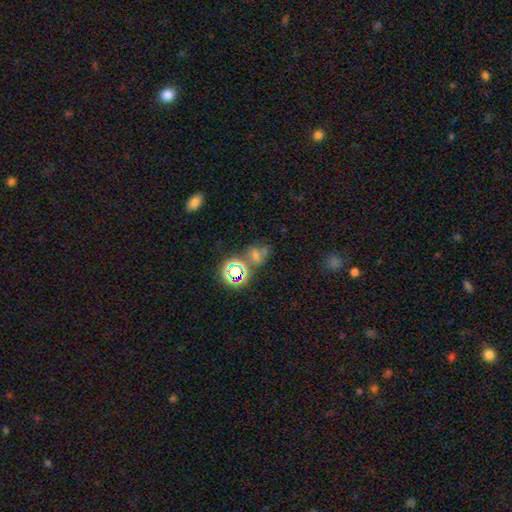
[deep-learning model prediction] Smooth or featured? star or artifact (54%)